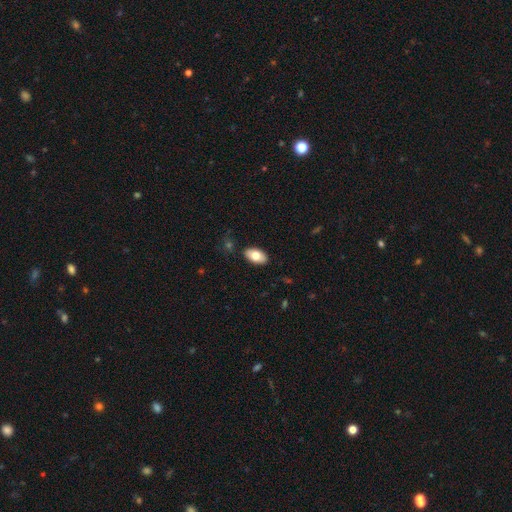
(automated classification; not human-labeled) smooth_or_featured: smooth (p=0.75) [alt: featured or disk p=0.18]
how_rounded: in between (p=0.94) [alt: round p=0.04]
merging: none (p=0.87) [alt: minor disturbance p=0.10]